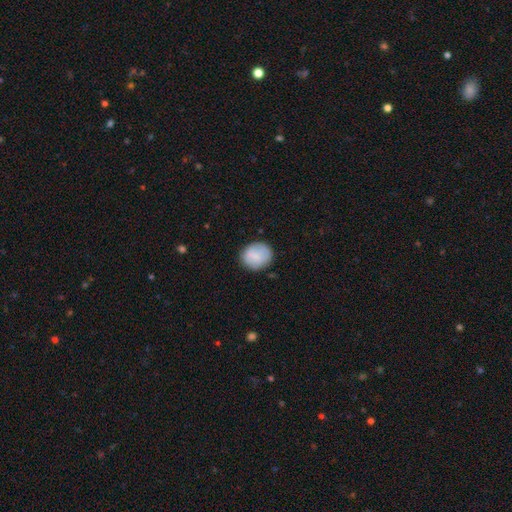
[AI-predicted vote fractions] Smooth or featured? Predicted: smooth (p=0.75). How rounded? Predicted: round (p=0.77). Merging? Predicted: none (p=0.81).